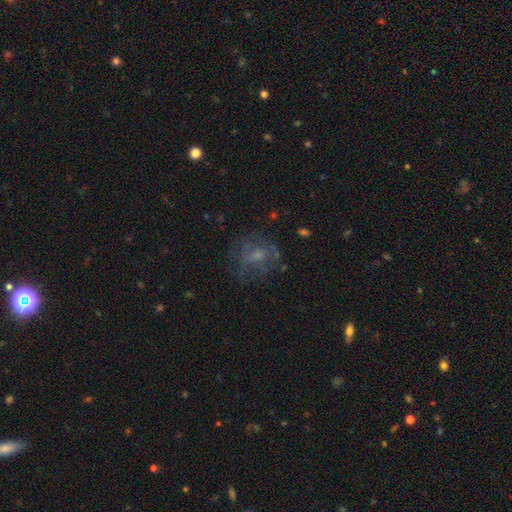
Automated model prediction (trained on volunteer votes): A featured or disk galaxy (45%). Merging: none (54%).